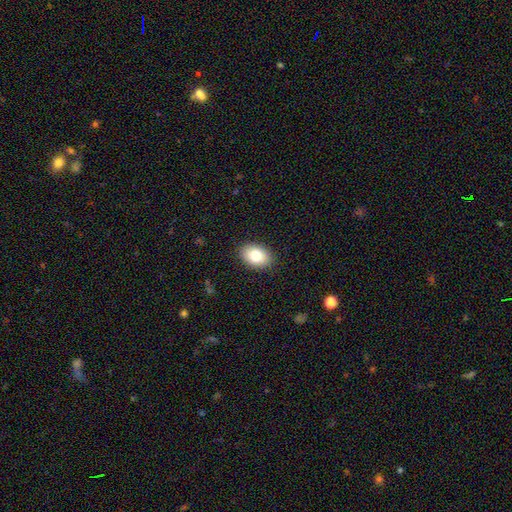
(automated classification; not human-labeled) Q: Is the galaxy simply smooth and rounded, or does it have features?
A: smooth — 81%.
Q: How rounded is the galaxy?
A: in between — 85%.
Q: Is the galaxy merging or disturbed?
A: none — 89%.